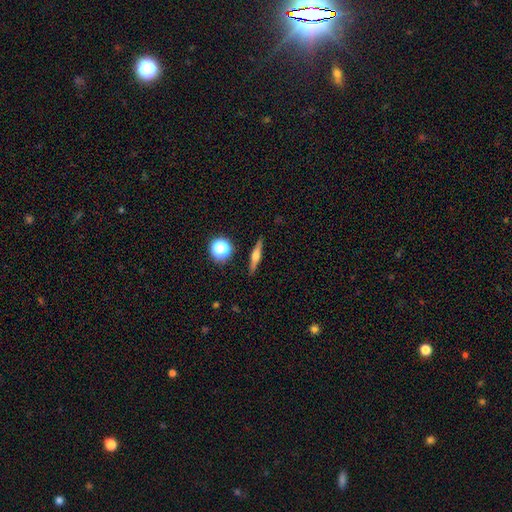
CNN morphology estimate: A featured or disk galaxy (60%) viewed edge-on (96%) with a rounded central bulge (88%). Merging: none (89%).